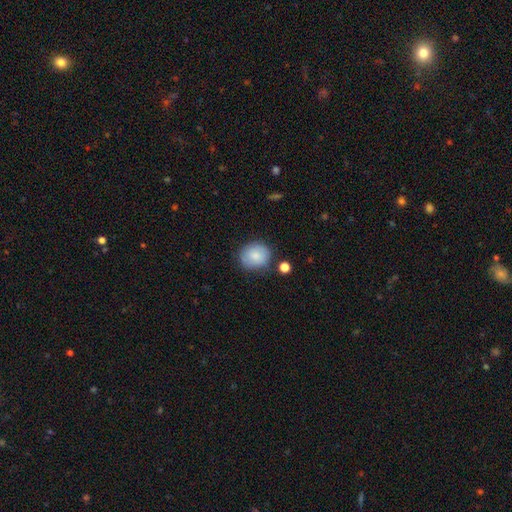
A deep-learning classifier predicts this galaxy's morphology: smooth_or_featured: smooth (p=0.81) [alt: featured or disk p=0.11]
how_rounded: round (p=0.74) [alt: in between p=0.25]
merging: none (p=0.76) [alt: minor disturbance p=0.16]